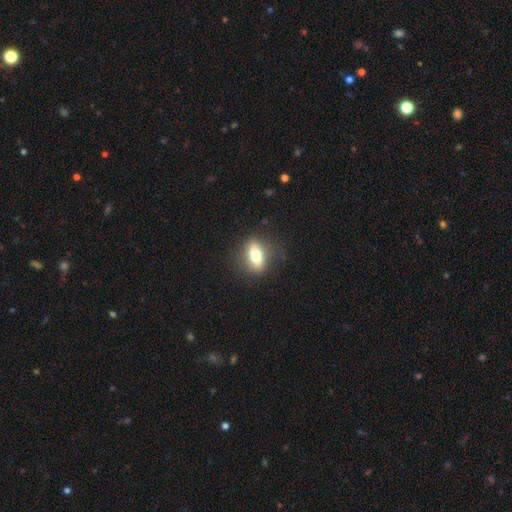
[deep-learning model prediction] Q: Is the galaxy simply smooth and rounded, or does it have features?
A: smooth — 65%.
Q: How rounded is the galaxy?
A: in between — 71%.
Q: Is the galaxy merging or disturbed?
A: none — 84%.